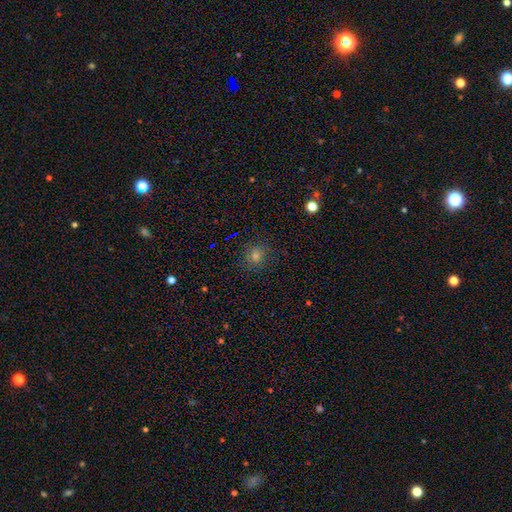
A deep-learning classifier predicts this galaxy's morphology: type=smooth (70%); roundness=round (82%); merging=none (87%).